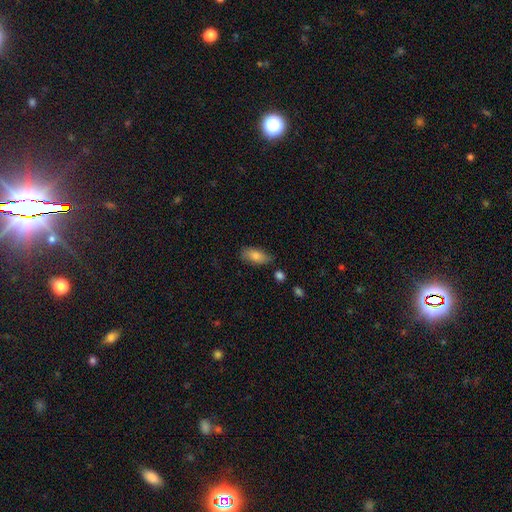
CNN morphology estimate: Smooth or featured?
  - smooth: 80% *
  - featured or disk: 13%
  - star or artifact: 7%
How rounded?
  - in between: 86% *
  - cigar-shaped: 11%
  - round: 3%
Merging?
  - none: 72% *
  - minor disturbance: 21%
  - major disturbance: 4%
  - merger: 3%